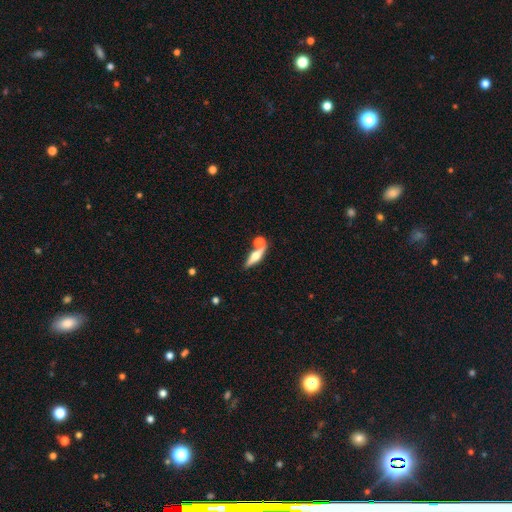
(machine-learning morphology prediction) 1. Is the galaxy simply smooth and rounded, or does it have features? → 56% featured or disk, 37% smooth, 7% star or artifact.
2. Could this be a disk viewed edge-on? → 90% yes, 10% no.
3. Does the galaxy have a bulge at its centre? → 93% rounded, 4% boxy, 3% none.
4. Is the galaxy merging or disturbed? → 61% none, 24% merger, 11% minor disturbance, 5% major disturbance.